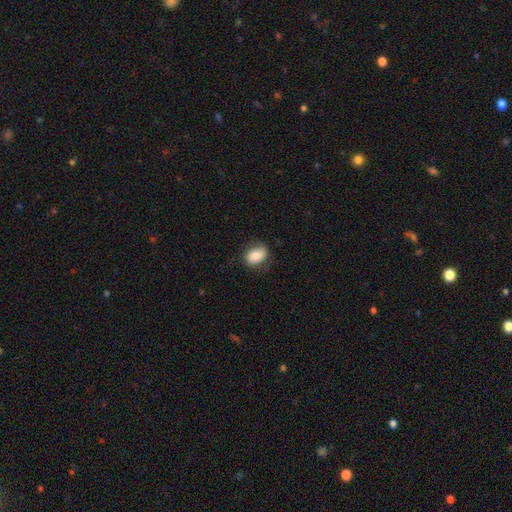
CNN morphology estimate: smooth-or-featured: smooth: 78% | featured or disk: 14% | star or artifact: 8%
  how-rounded: in between: 71% | round: 28% | cigar-shaped: 1%
  merging: none: 74% | minor disturbance: 20% | major disturbance: 6% | merger: 1%